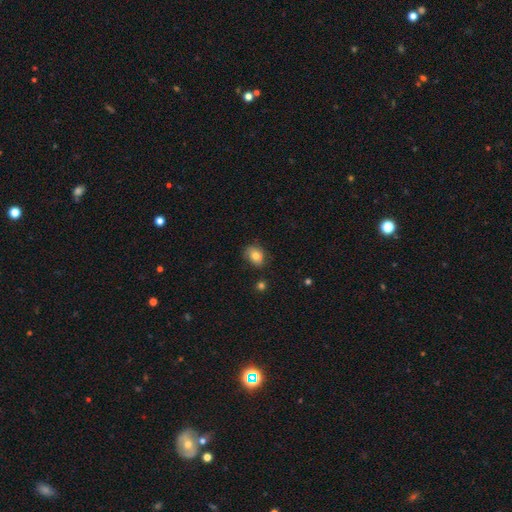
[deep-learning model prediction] Overall: smooth (77%). How rounded: in between (64%; round 35%). Merging: none (71%).